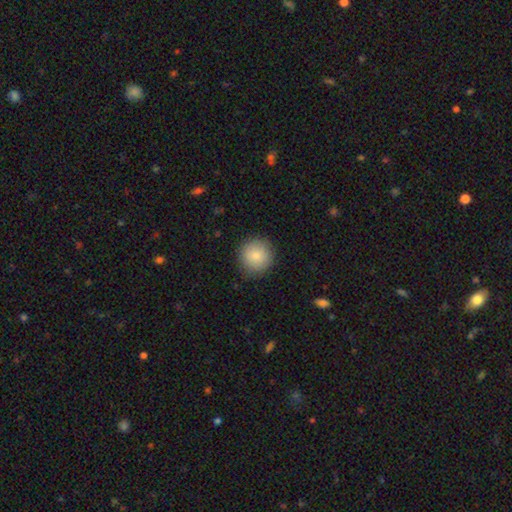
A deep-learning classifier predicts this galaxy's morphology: smooth_or_featured: smooth (p=0.85) [alt: star or artifact p=0.08]
how_rounded: round (p=0.93) [alt: in between p=0.06]
merging: none (p=0.87) [alt: minor disturbance p=0.09]